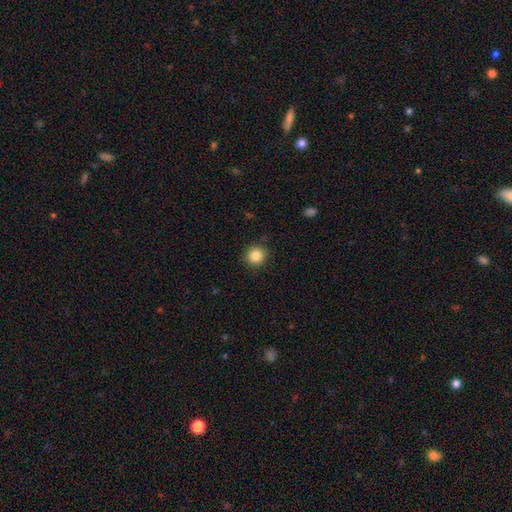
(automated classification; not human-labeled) smooth 86%, star or artifact 10%, featured or disk 5%. Down the decision tree: how rounded — round (91%); merging — none (89%).